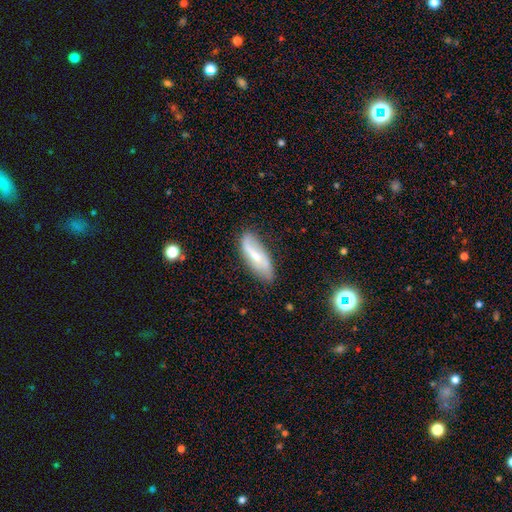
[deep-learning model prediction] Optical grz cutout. It shows a featured or disk galaxy (48%). Merging: none (68%).